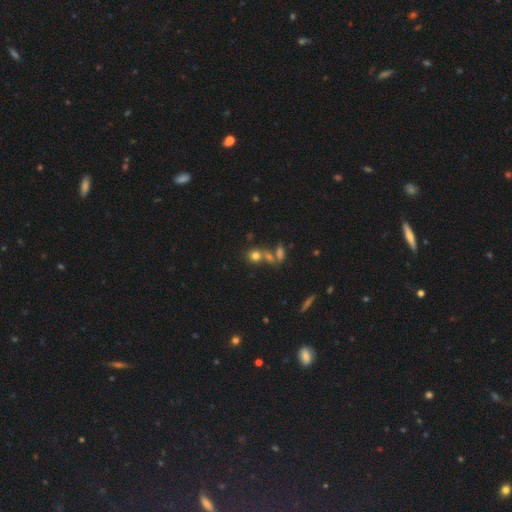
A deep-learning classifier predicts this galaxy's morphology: Smooth or featured? smooth (73%)
How rounded? round (74%)
Merging? none (48%)